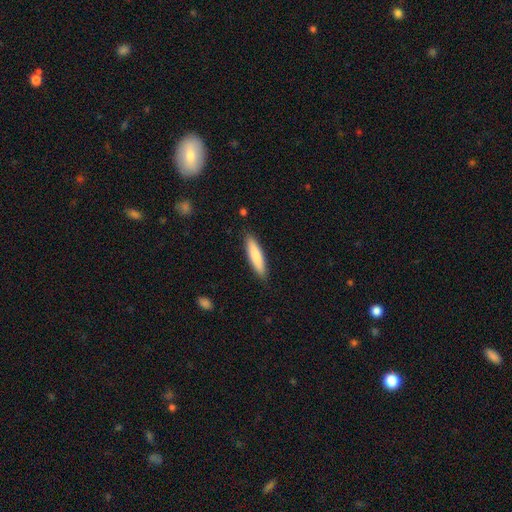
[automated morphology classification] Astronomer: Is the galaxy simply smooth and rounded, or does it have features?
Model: smooth — 80%.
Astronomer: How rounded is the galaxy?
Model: cigar-shaped — 81%.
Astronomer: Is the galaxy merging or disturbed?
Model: none — 89%.